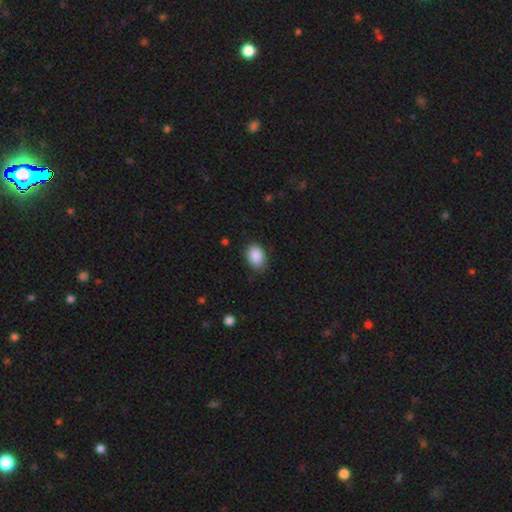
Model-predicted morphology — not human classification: A smooth galaxy with no disk features (89%) that is in between round and cigar-shaped (83%).

Vote fractions:
- Smooth or featured? smooth: 89% / star or artifact: 7% / featured or disk: 4%
- How rounded? in between: 83% / round: 16% / cigar-shaped: 1%
- Merging? none: 82% / minor disturbance: 14% / major disturbance: 3% / merger: 1%